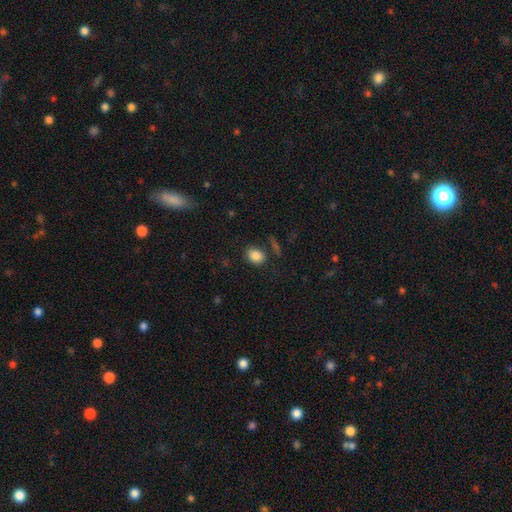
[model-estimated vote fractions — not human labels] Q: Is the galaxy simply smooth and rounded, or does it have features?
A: smooth — 85%.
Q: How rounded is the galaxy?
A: in between — 69%.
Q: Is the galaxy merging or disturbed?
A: none — 78%.